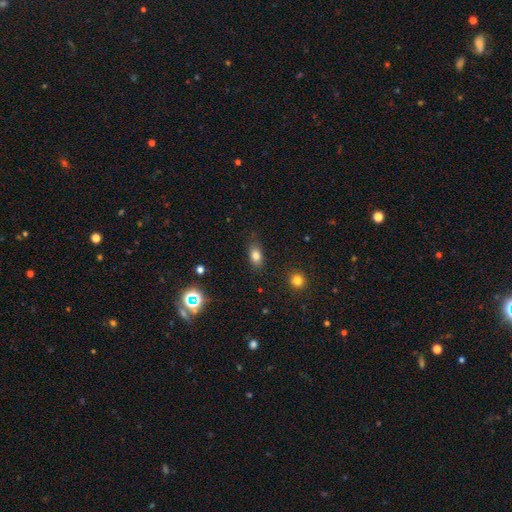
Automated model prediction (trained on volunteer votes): Q: Smooth or featured?
A: smooth (80%); runner-up: star or artifact (12%)
Q: How rounded?
A: in between (82%); runner-up: round (14%)
Q: Merging?
A: none (81%); runner-up: minor disturbance (14%)